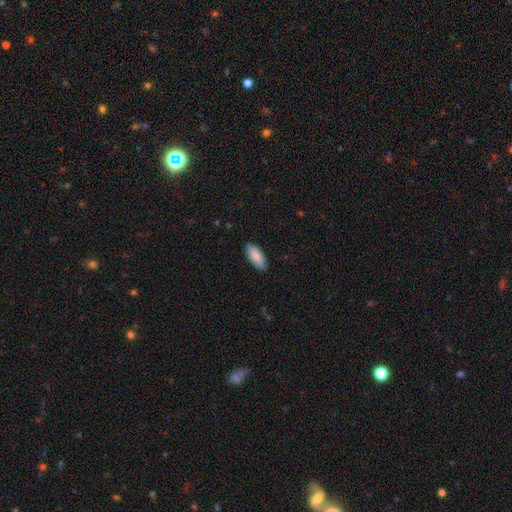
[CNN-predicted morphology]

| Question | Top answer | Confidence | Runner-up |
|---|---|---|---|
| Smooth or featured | smooth | 89% | featured or disk (6%) |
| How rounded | in between | 81% | cigar-shaped (18%) |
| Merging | none | 88% | minor disturbance (9%) |